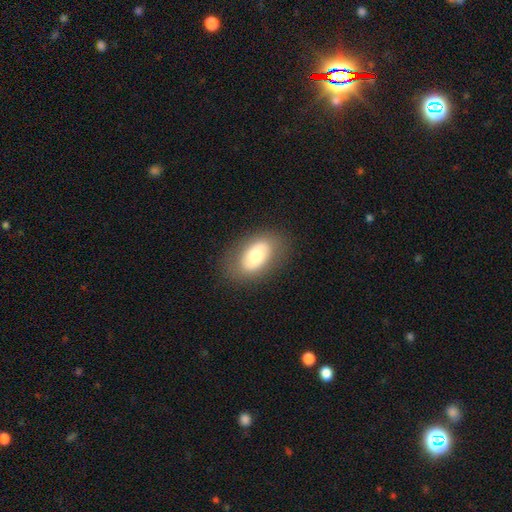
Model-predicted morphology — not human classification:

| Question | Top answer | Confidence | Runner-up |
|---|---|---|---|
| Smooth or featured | smooth | 59% | featured or disk (34%) |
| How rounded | in between | 89% | round (9%) |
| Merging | none | 82% | minor disturbance (12%) |